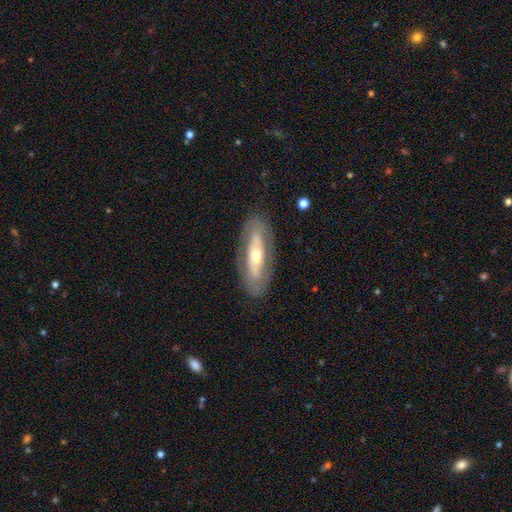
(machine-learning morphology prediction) A featured or disk galaxy (64%).

Vote fractions:
- Smooth or featured? featured or disk: 64% / smooth: 30% / star or artifact: 6%
- Edge-on disk? no: 76% / yes: 24%
- Merging? none: 83% / minor disturbance: 11% / major disturbance: 5% / merger: 1%